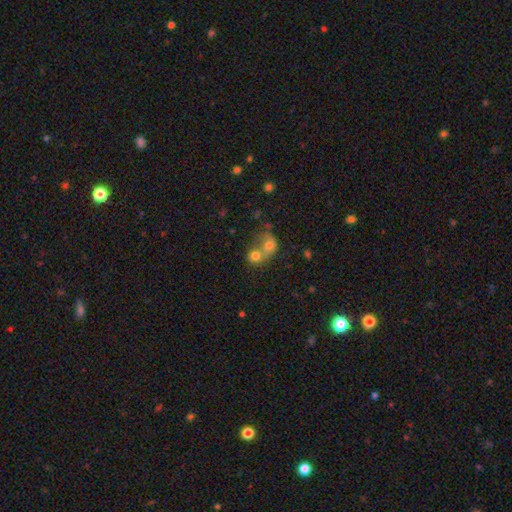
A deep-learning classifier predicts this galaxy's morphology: Q: Smooth or featured?
A: smooth (69%); runner-up: featured or disk (20%)
Q: How rounded?
A: round (65%); runner-up: in between (34%)
Q: Merging?
A: merger (77%); runner-up: none (14%)